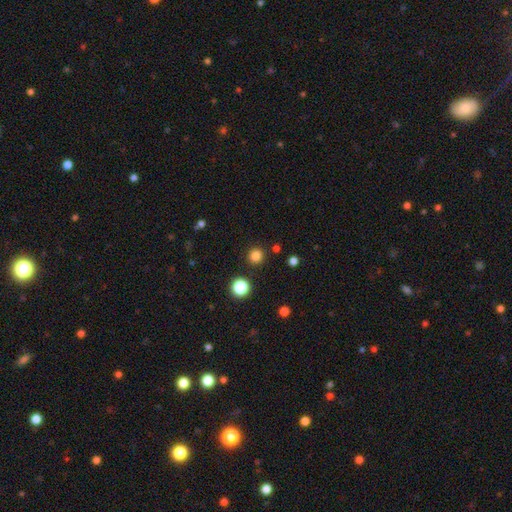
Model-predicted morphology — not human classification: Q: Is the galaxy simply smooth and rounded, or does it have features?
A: smooth — 82%.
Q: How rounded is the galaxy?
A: round — 95%.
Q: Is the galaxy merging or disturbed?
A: none — 91%.